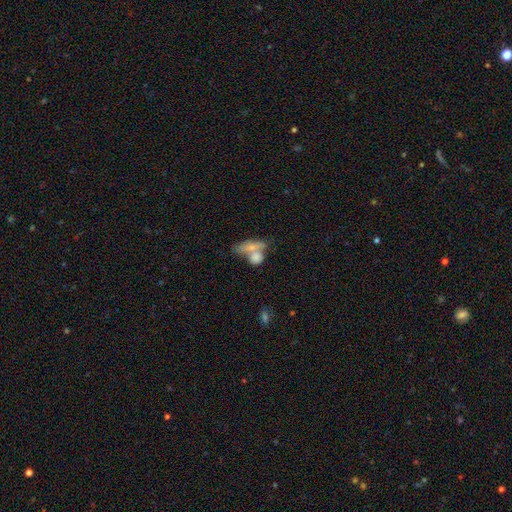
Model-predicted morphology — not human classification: This appears to be a smooth galaxy with no disk features (72%) that is in between round and cigar-shaped (56%). Merging: merger (54%).